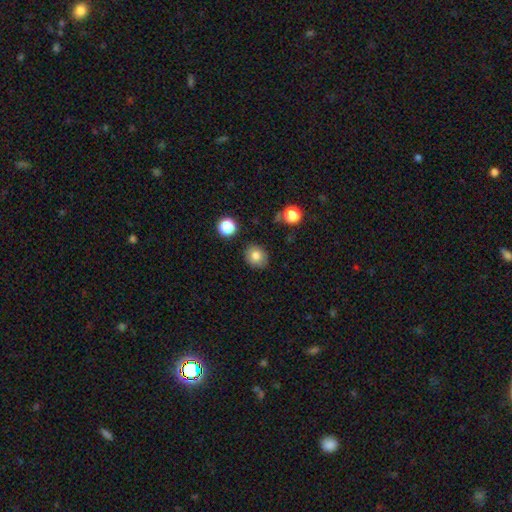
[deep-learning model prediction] This is clearly a smooth galaxy (80%). How rounded: likely round (66%). Merging: clearly none (86%).